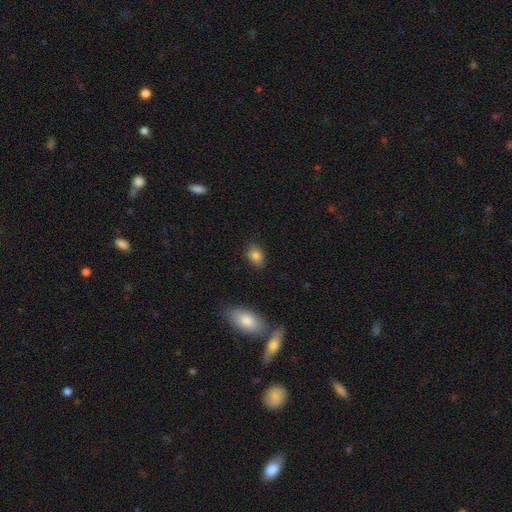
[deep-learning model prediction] A smooth galaxy with no disk features (83%) that is in between round and cigar-shaped (73%). Merging: none (81%).